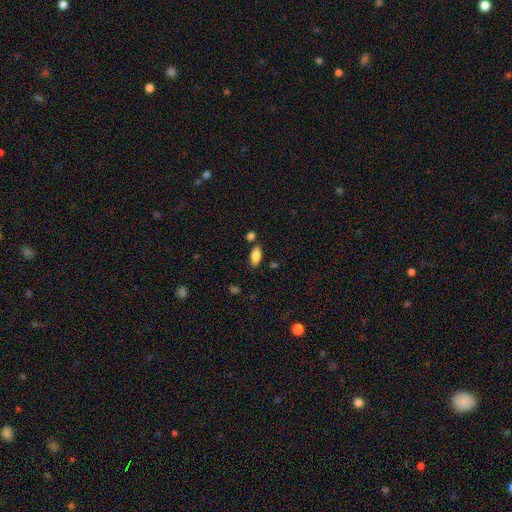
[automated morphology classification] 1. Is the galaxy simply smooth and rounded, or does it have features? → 84% smooth, 9% featured or disk, 7% star or artifact.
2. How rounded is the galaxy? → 86% in between, 11% cigar-shaped, 2% round.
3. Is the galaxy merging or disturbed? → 76% none, 13% minor disturbance, 9% merger, 3% major disturbance.